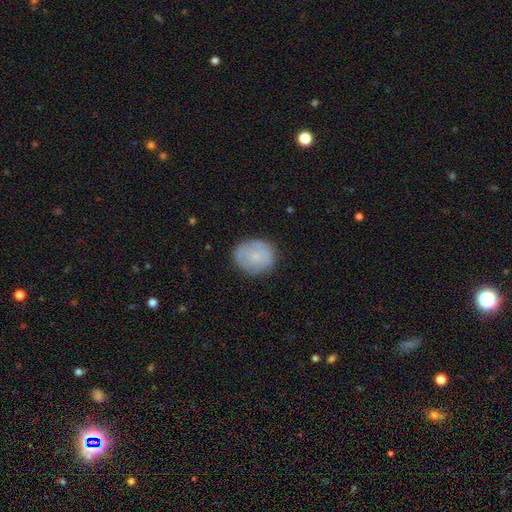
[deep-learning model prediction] smooth 66%, featured or disk 27%, star or artifact 7%. Down the decision tree: how rounded — round (74%); merging — none (79%).